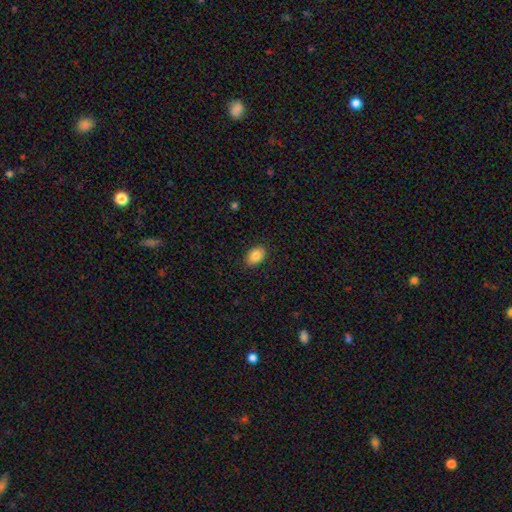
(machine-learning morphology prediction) This appears to be a smooth galaxy with no disk features (84%) that is in between round and cigar-shaped (81%). Merging: none (88%).